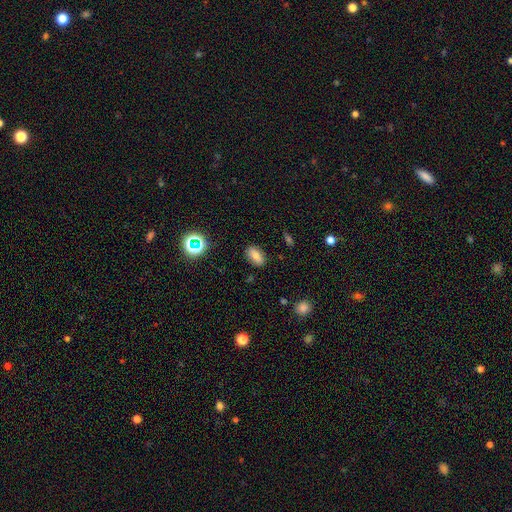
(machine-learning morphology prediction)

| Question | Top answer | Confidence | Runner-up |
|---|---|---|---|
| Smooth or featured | smooth | 76% | star or artifact (14%) |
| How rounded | in between | 89% | round (6%) |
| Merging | none | 86% | minor disturbance (9%) |